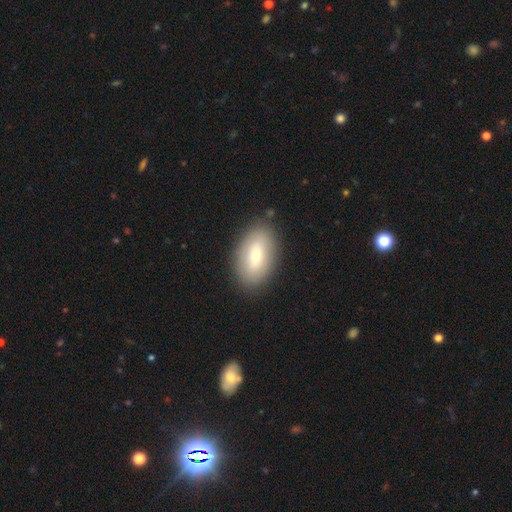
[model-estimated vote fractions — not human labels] Smooth or featured?
  - smooth: 68% *
  - featured or disk: 25%
  - star or artifact: 7%
How rounded?
  - in between: 92% *
  - round: 5%
  - cigar-shaped: 3%
Merging?
  - none: 85% *
  - minor disturbance: 10%
  - major disturbance: 3%
  - merger: 2%